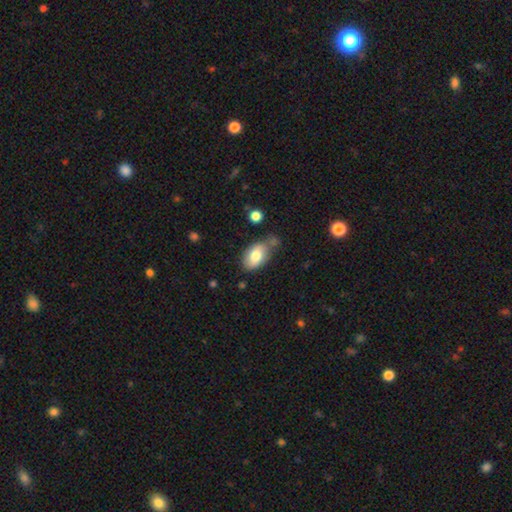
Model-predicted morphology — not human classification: The model was most divided on "merging": none: 60%, minor disturbance: 22%, merger: 12%, major disturbance: 6%. More confident: how rounded — in between (92%); smooth or featured — smooth (79%).